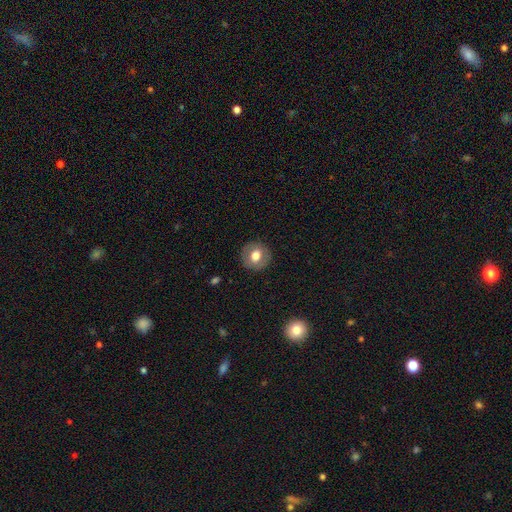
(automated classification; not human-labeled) Q: Smooth or featured?
A: smooth (67%); runner-up: featured or disk (25%)
Q: How rounded?
A: round (88%); runner-up: in between (11%)
Q: Merging?
A: none (89%); runner-up: minor disturbance (8%)